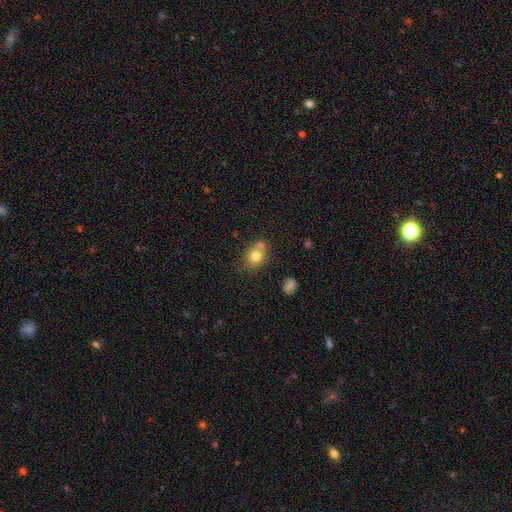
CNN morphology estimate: This appears to be a smooth galaxy with no disk features (76%) that is round (53%). Merging: none (56%).